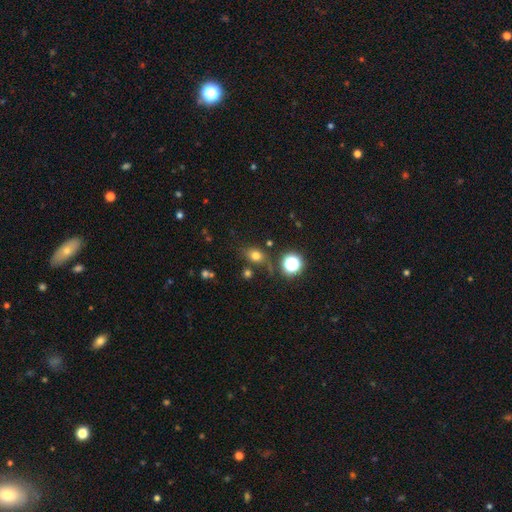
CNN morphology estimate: smooth_or_featured: smooth (p=0.72) [alt: star or artifact p=0.19]
how_rounded: in between (p=0.58) [alt: round p=0.40]
merging: none (p=0.72) [alt: minor disturbance p=0.16]